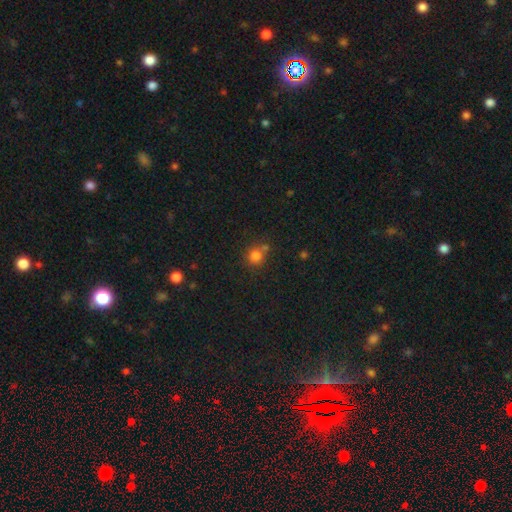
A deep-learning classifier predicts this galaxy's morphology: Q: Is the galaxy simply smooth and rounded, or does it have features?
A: smooth — 80%.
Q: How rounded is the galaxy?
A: round — 89%.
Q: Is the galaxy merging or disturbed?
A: none — 62%.